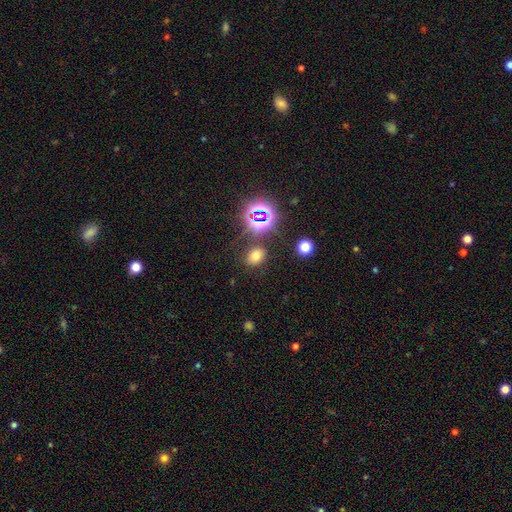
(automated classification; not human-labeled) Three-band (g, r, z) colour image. It shows a smooth galaxy with no disk features (65%) that is in between round and cigar-shaped (57%). Merging: none (80%).